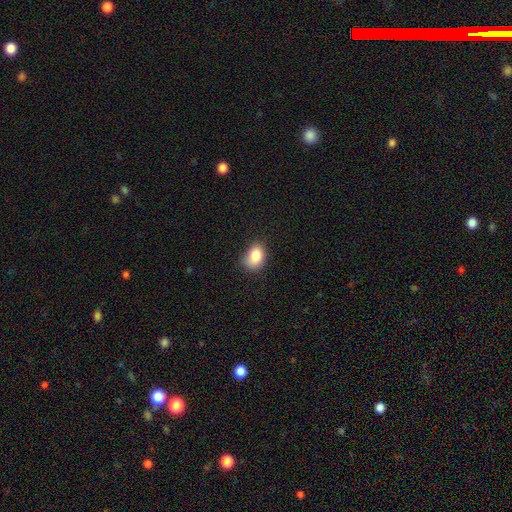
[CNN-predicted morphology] Smooth or featured? Predicted: smooth (p=0.85). How rounded? Predicted: in between (p=0.75). Merging? Predicted: none (p=0.71).